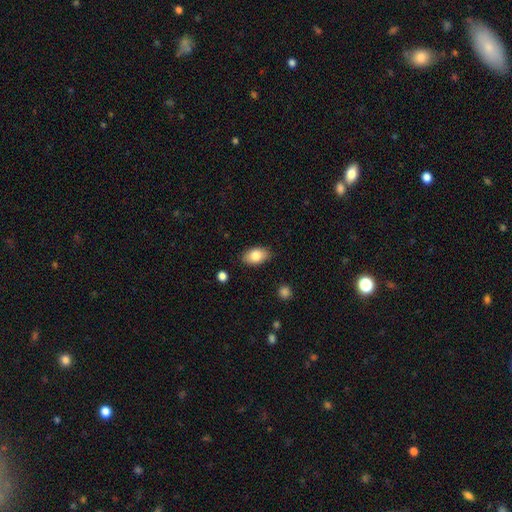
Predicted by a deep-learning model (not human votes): The model was most divided on "smooth or featured": smooth: 83%, featured or disk: 10%, star or artifact: 7%. More confident: how rounded — in between (91%); merging — none (86%).